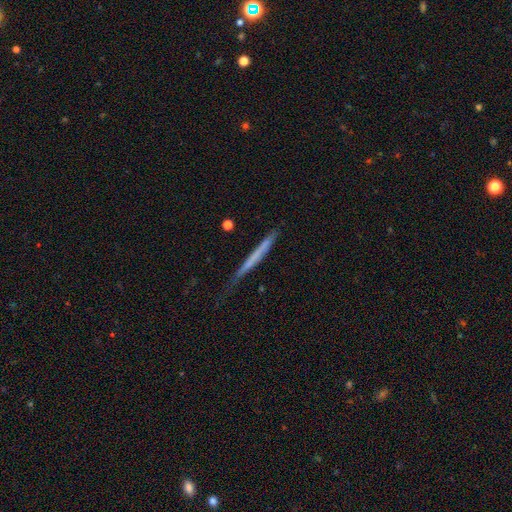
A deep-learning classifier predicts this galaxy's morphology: smooth_or_featured: smooth (p=0.49) [alt: featured or disk p=0.44]
merging: none (p=0.69) [alt: minor disturbance p=0.23]